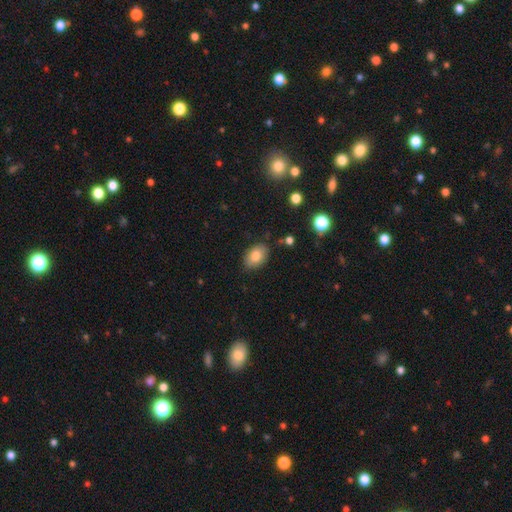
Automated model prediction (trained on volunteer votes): smooth 81%, featured or disk 10%, star or artifact 8%. Down the decision tree: how rounded — in between (82%); merging — none (83%).